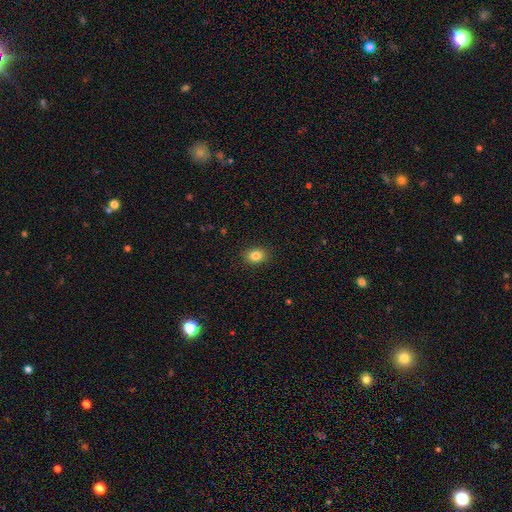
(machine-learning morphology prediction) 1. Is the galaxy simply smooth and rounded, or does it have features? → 84% smooth, 10% star or artifact, 6% featured or disk.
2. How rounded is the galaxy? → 66% in between, 33% round, 1% cigar-shaped.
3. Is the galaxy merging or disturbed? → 89% none, 8% minor disturbance, 2% major disturbance, 1% merger.